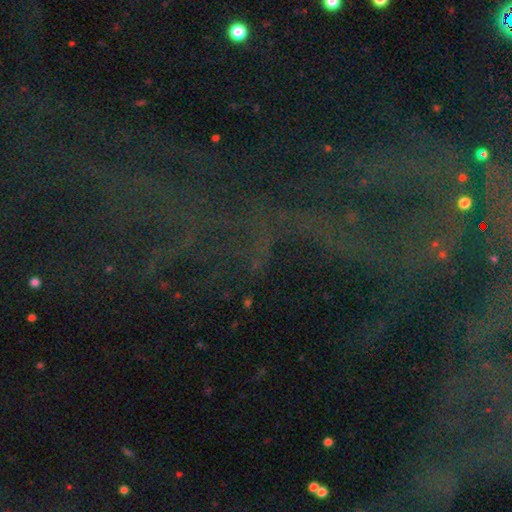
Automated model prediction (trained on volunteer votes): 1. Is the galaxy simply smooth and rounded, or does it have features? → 73% star or artifact, 16% featured or disk, 11% smooth.